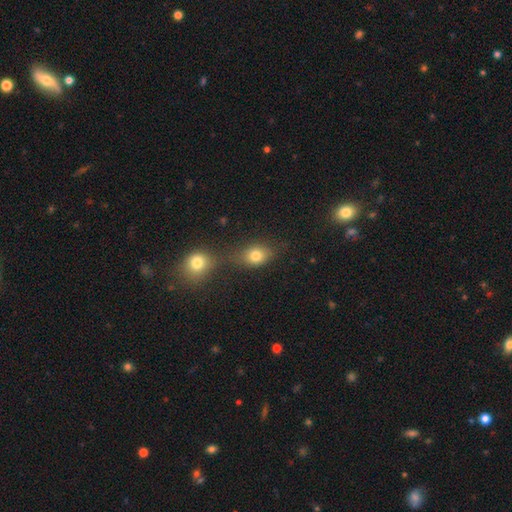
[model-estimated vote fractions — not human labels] Q: Smooth or featured?
A: smooth (78%); runner-up: star or artifact (12%)
Q: How rounded?
A: in between (50%); runner-up: round (48%)
Q: Merging?
A: none (48%); runner-up: merger (36%)